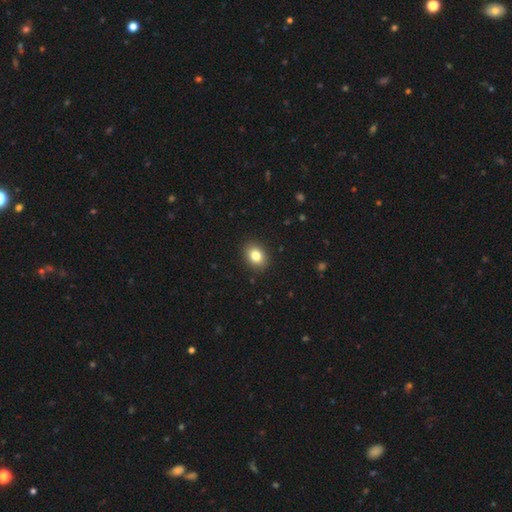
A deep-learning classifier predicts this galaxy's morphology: This appears to be a smooth galaxy with no disk features (83%) that is in between round and cigar-shaped (66%). Merging: none (90%).